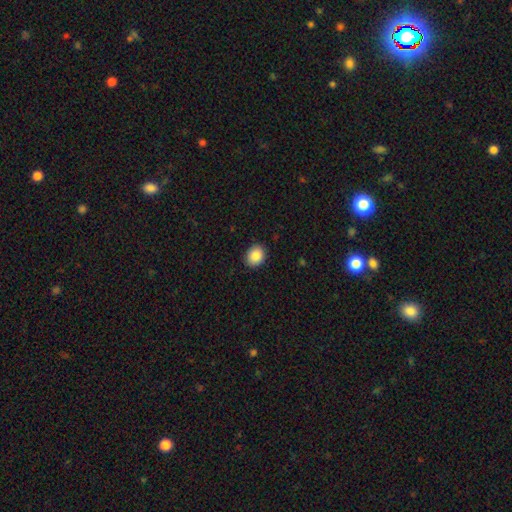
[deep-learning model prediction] Smooth or featured: smooth — 87% (star or artifact — 8%)
How rounded: round — 57% (in between — 42%)
Merging: none — 90% (minor disturbance — 8%)